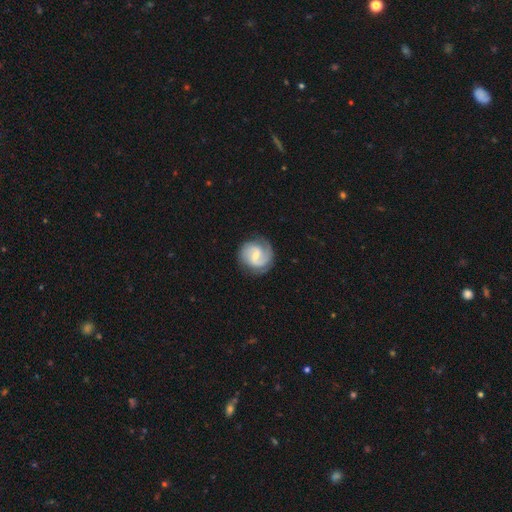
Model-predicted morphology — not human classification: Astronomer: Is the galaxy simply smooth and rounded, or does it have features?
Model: featured or disk — 80%.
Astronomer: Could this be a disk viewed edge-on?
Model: no — 98%.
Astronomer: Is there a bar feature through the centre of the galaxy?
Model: weak — 58%.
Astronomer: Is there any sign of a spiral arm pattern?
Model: yes — 95%.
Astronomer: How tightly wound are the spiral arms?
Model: medium — 46% (runner-up: tight, 35%).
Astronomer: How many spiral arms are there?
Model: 2 — 82%.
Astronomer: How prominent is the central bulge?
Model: small — 56% (runner-up: moderate, 37%).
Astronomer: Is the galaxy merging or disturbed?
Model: none — 79%.